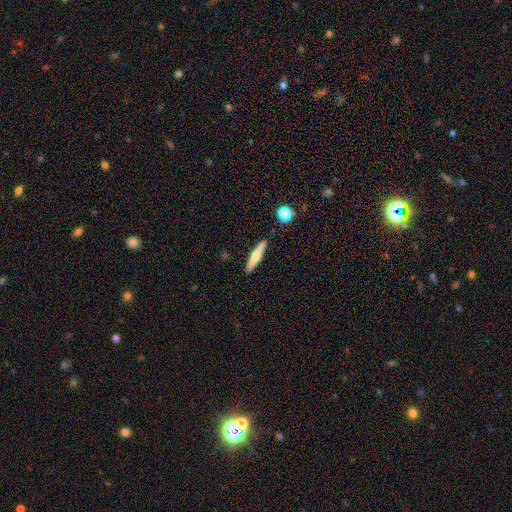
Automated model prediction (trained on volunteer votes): Morphology: type=smooth (51%); roundness=cigar-shaped (89%); merging=none (89%).